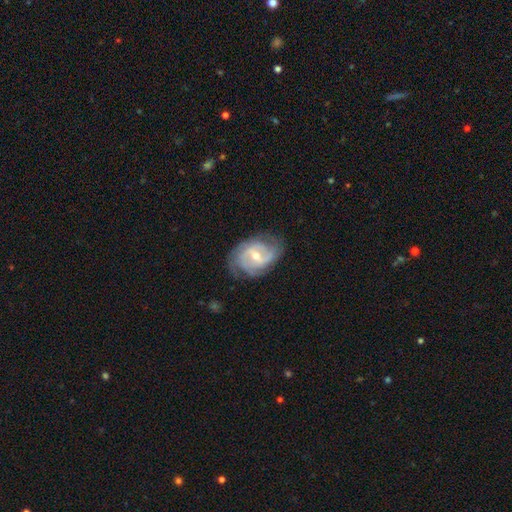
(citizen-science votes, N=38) smooth_or_featured: featured or disk (p=0.87) [alt: star or artifact p=0.08]
disk_edge_on: no (p=0.97) [alt: yes p=0.03]
bar: weak (p=0.72) [alt: strong p=0.16]
has_spiral_arms: yes (p=1.00)
spiral_winding: medium (p=0.56) [alt: tight p=0.41]
spiral_arm_count: 2 (p=0.38) [alt: 3 p=0.28]
bulge_size: small (p=0.56) [alt: moderate p=0.44]
merging: none (p=0.71) [alt: minor disturbance p=0.29]